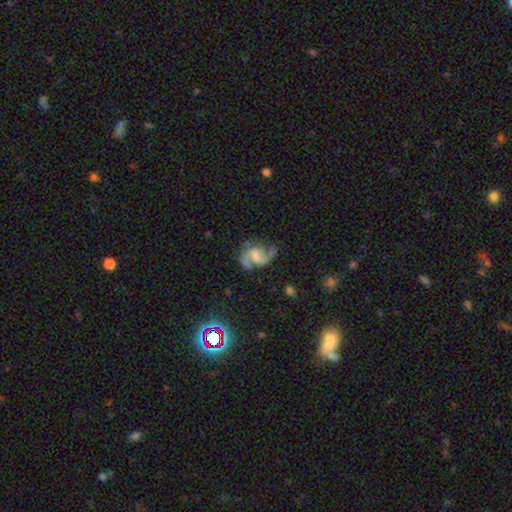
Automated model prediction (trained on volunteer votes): Overall: featured or disk (73%). Edge-on disk: no (98%). Bar: no (50%; weak 40%). Spiral arms: yes (91%). Spiral arm count: 2 (78%). Spiral winding: medium (48%; loose 38%). Bulge size: moderate (31%; small 29%). Merging: none (50%; minor disturbance 24%).